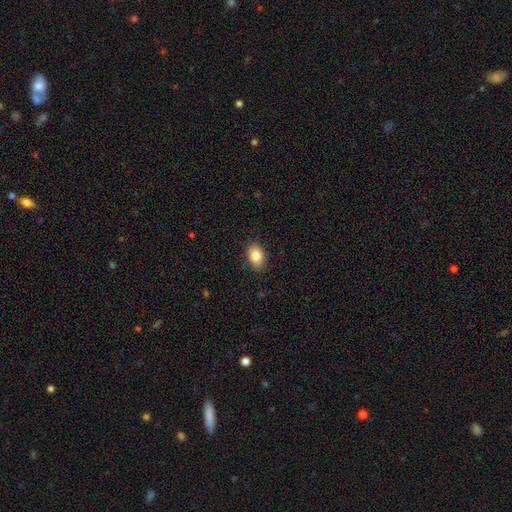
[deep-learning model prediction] Q: Smooth or featured?
A: smooth (84%); runner-up: star or artifact (8%)
Q: How rounded?
A: in between (85%); runner-up: round (14%)
Q: Merging?
A: none (88%); runner-up: minor disturbance (9%)